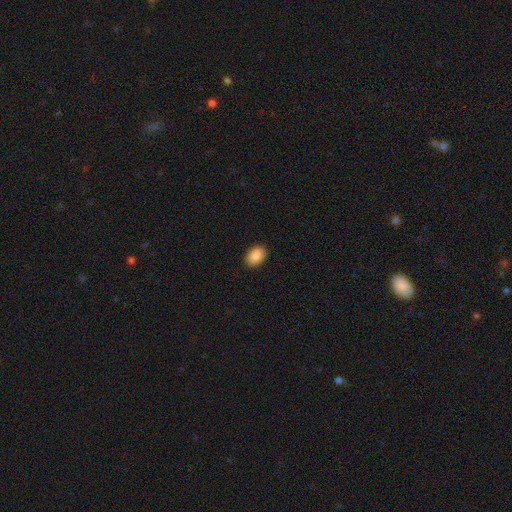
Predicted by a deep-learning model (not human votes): Overall: smooth (89%). How rounded: in between (89%). Merging: none (90%).